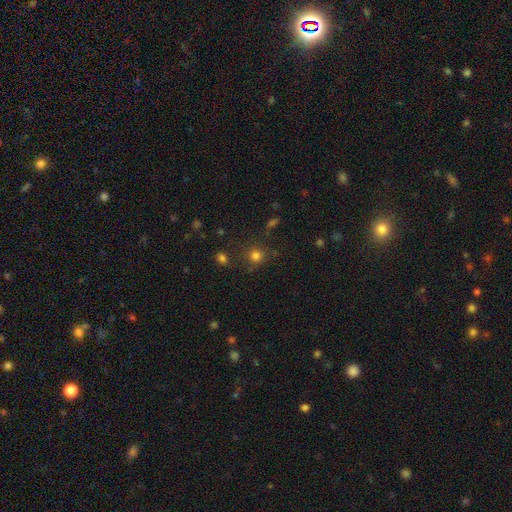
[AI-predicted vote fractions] Smooth or featured? smooth (77%)
How rounded? round (89%)
Merging? none (80%)